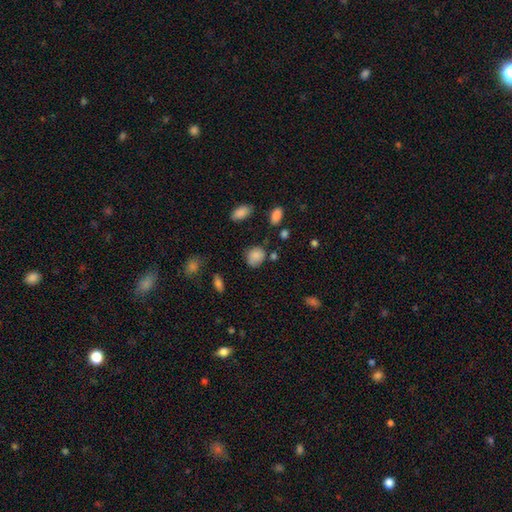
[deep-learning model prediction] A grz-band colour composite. It shows a smooth galaxy with no disk features (84%) that is round (66%). Merging: none (67%).